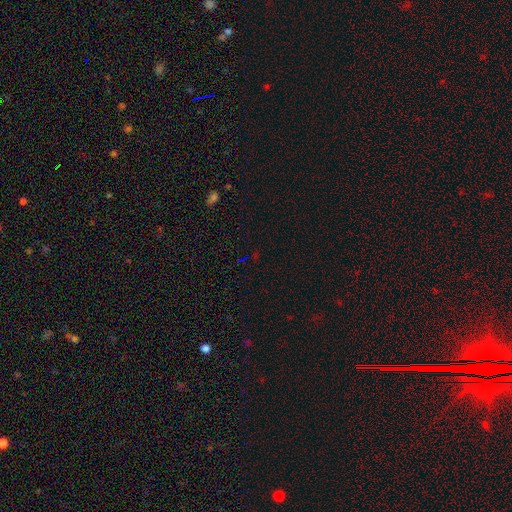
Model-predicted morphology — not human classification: Smooth or featured?
  - star or artifact: 73% *
  - smooth: 19%
  - featured or disk: 8%